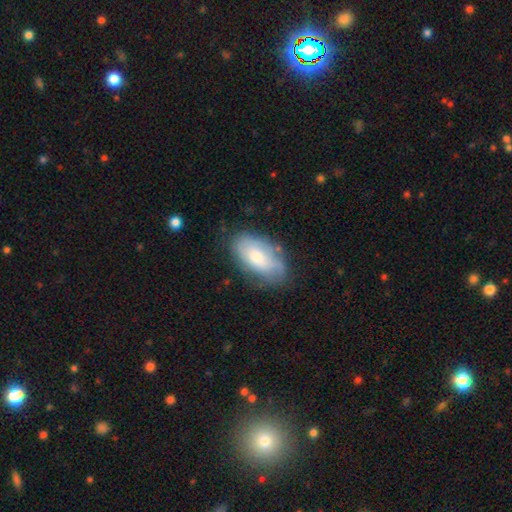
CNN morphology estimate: Smooth or featured? Predicted: smooth (p=0.62). How rounded? Predicted: in between (p=0.94). Merging? Predicted: none (p=0.66).